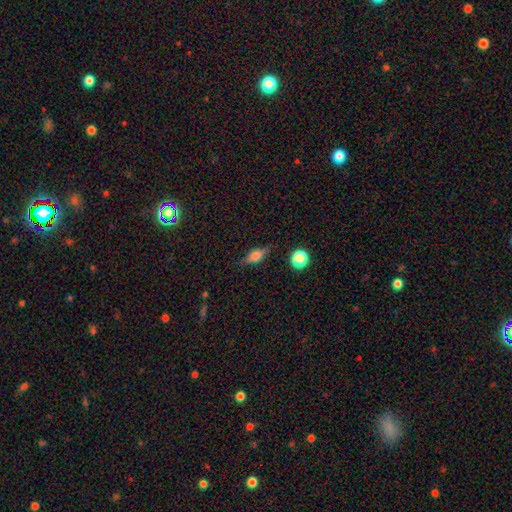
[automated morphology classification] Smooth or featured? featured or disk (53%)
Edge-on disk? yes (93%)
Merging? none (82%)